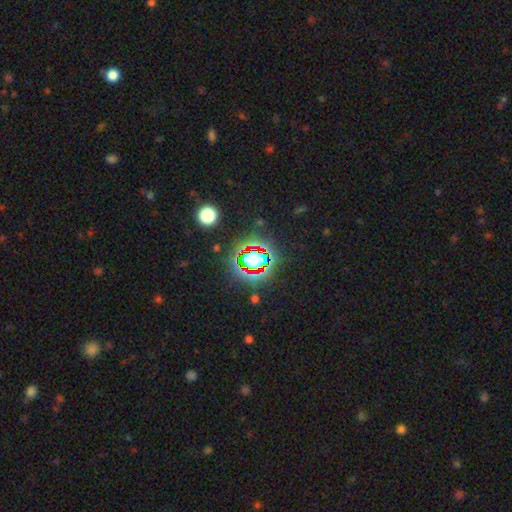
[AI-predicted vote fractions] This appears to be a star or artifact, not a galaxy (71%).